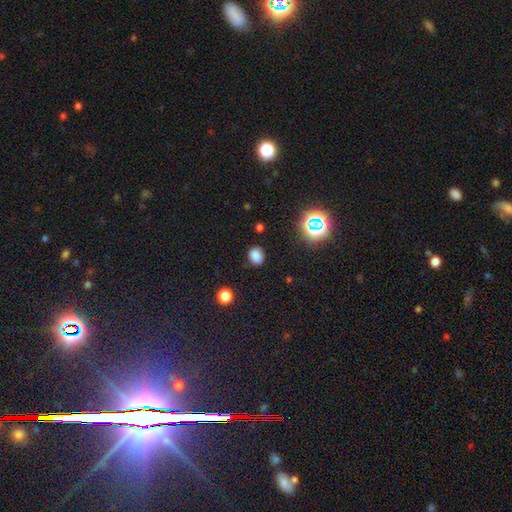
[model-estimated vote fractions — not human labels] smooth_or_featured: smooth (p=0.79) [alt: star or artifact p=0.16]
how_rounded: in between (p=0.57) [alt: round p=0.42]
merging: none (p=0.83) [alt: minor disturbance p=0.12]